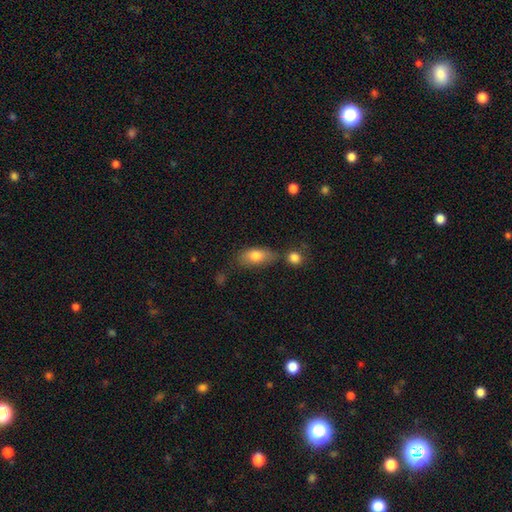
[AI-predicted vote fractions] A smooth galaxy with no disk features (78%) that is in between round and cigar-shaped (85%). Merging: none (61%).